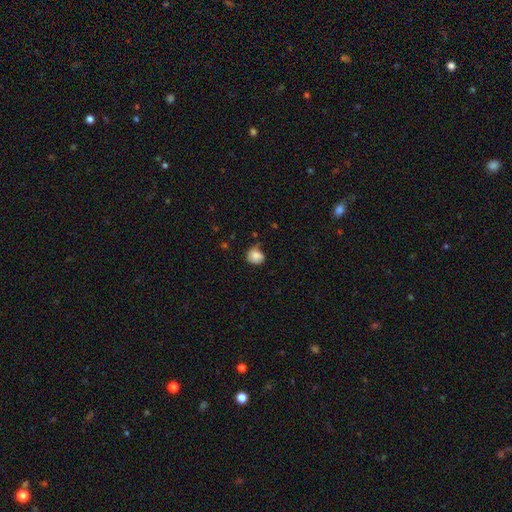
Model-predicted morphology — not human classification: This is clearly a smooth galaxy (82%). How rounded: likely round (76%). Merging: possibly none (56%).